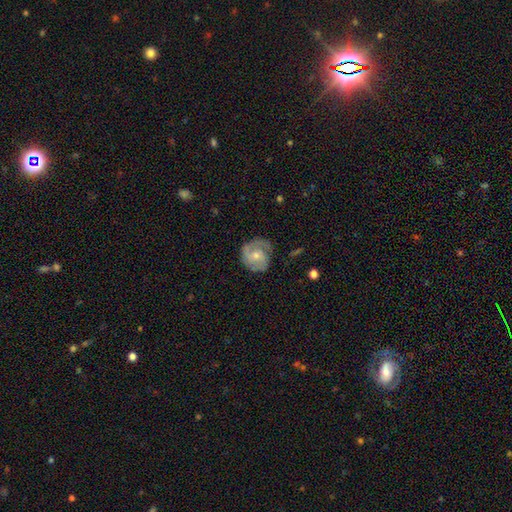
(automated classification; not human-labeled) Overall: featured or disk (75%). Edge-on disk: no (98%). Bar: no (62%; weak 32%). Spiral arms: yes (94%). Spiral arm count: 2 (63%). Spiral winding: medium (43%; tight 42%). Bulge size: small (49%; moderate 45%). Merging: none (71%).